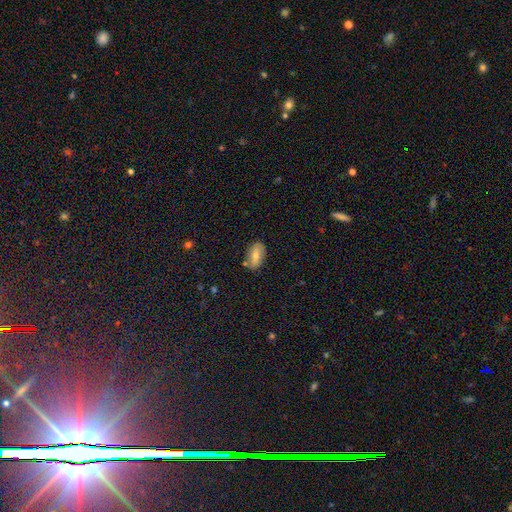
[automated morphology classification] Smooth or featured: smooth — 67% (featured or disk — 26%)
How rounded: in between — 89% (cigar-shaped — 6%)
Merging: none — 81% (minor disturbance — 13%)